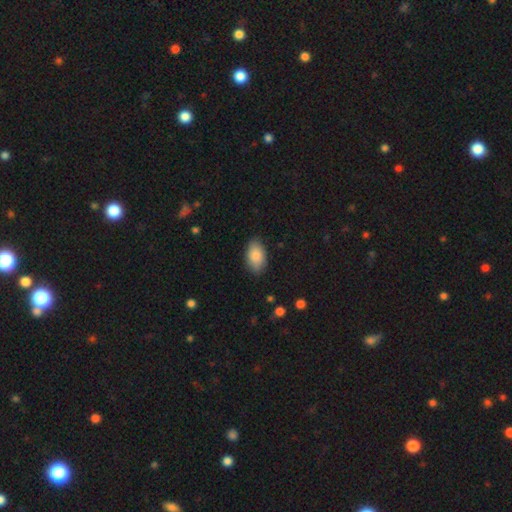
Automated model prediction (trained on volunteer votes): A smooth galaxy with no disk features (86%) that is in between round and cigar-shaped (94%). Merging: none (85%).